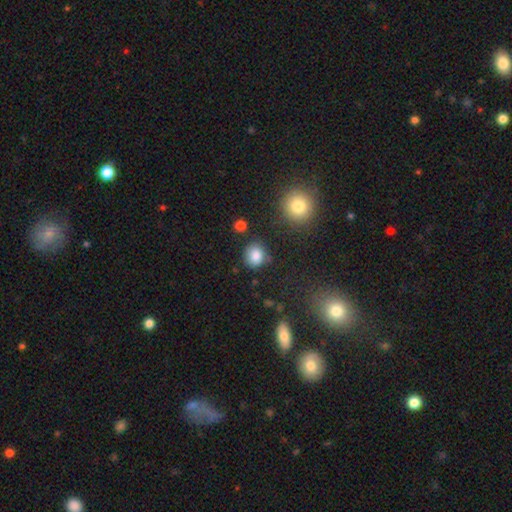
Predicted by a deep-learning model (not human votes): Smooth or featured: smooth — 83% (star or artifact — 11%)
How rounded: round — 69% (in between — 30%)
Merging: none — 77% (minor disturbance — 15%)